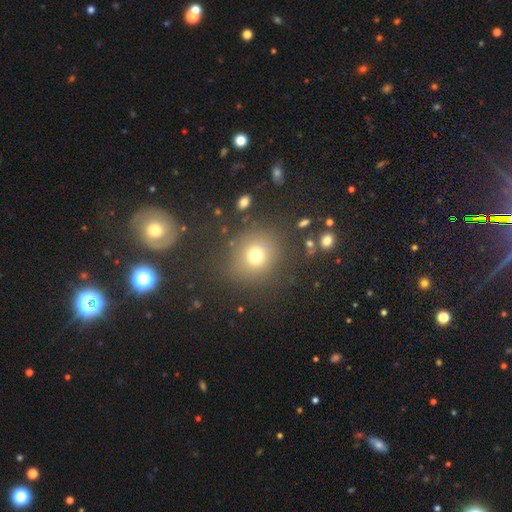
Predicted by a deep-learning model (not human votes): Smooth or featured?
  - smooth: 72% *
  - star or artifact: 17%
  - featured or disk: 11%
How rounded?
  - round: 85% *
  - in between: 14%
  - cigar-shaped: 1%
Merging?
  - none: 81% *
  - minor disturbance: 10%
  - major disturbance: 6%
  - merger: 3%